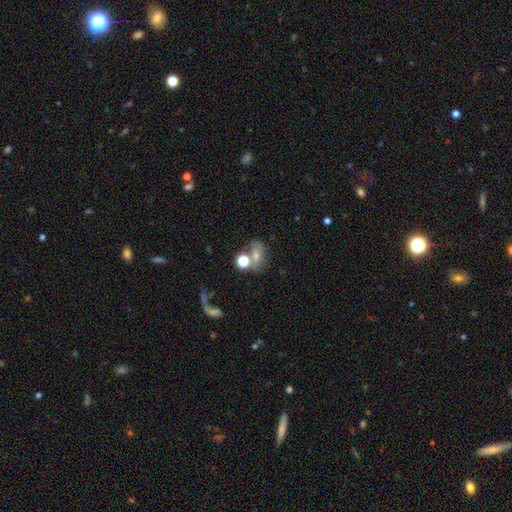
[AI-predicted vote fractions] Smooth or featured?
  - smooth: 50% *
  - featured or disk: 27%
  - star or artifact: 23%
How rounded?
  - in between: 56% *
  - round: 41%
  - cigar-shaped: 3%
Merging?
  - none: 46% *
  - merger: 27%
  - minor disturbance: 14%
  - major disturbance: 13%